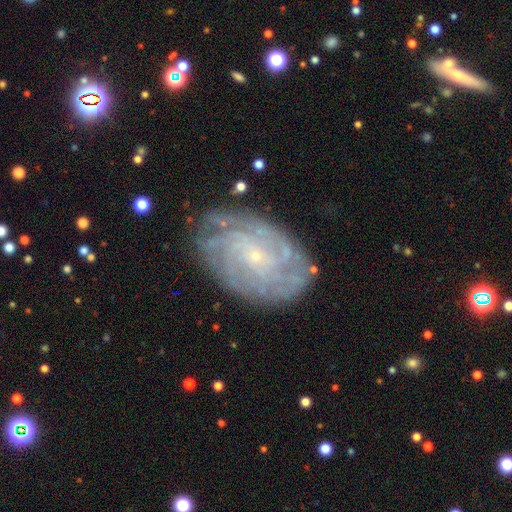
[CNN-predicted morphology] This appears to be a featured or disk galaxy (80%) with no bar (74%), tight (75%) spiral arms (93%) and a small central bulge (86%). Merging: none (79%).